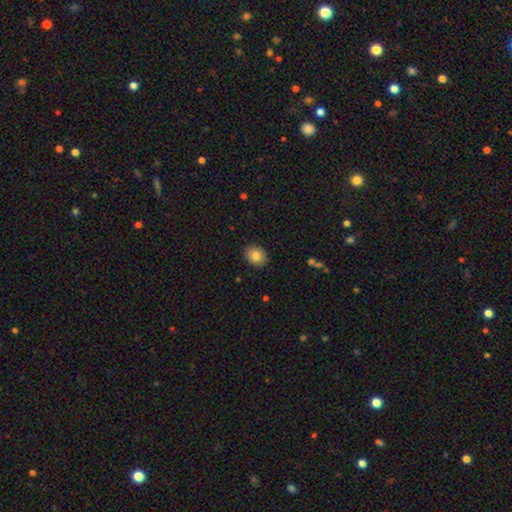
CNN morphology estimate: Q: Smooth or featured?
A: smooth (82%); runner-up: star or artifact (9%)
Q: How rounded?
A: round (56%); runner-up: in between (43%)
Q: Merging?
A: none (89%); runner-up: minor disturbance (8%)